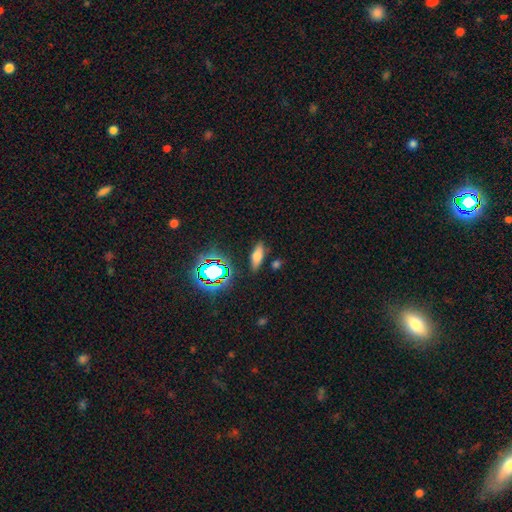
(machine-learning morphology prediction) Overall: smooth (64%). How rounded: in between (62%; cigar-shaped 33%). Merging: none (82%).